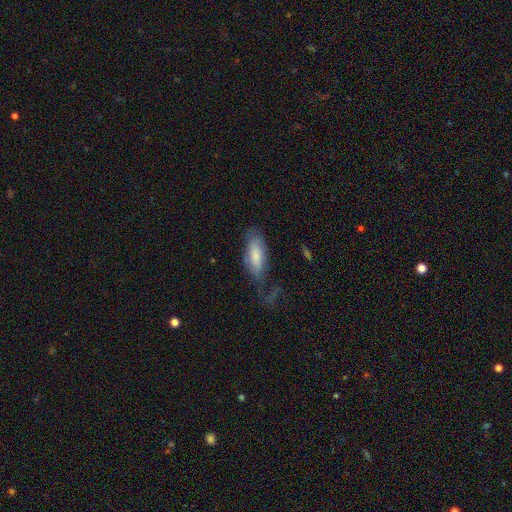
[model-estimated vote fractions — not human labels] A smooth galaxy with no disk features (67%) that is in between round and cigar-shaped (77%). Merging: none (39%).